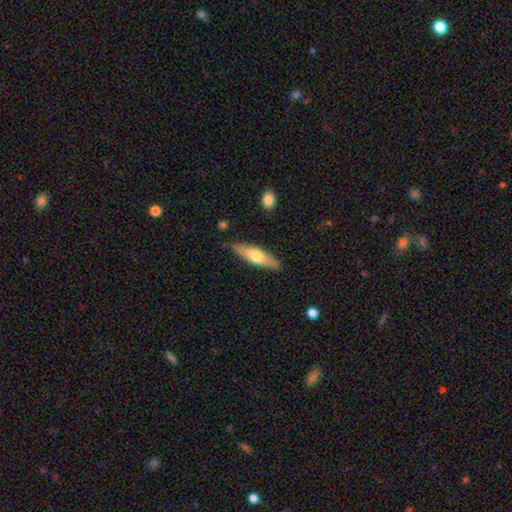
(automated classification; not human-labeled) Smooth or featured? Predicted: smooth (p=0.57). How rounded? Predicted: cigar-shaped (p=0.64). Merging? Predicted: none (p=0.83).